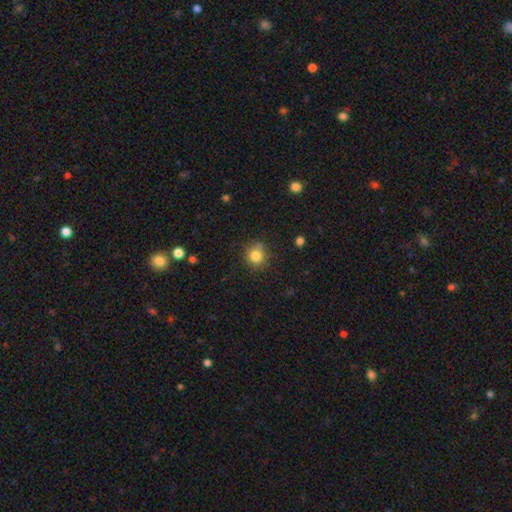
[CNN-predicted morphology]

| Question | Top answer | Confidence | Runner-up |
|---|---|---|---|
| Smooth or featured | smooth | 82% | star or artifact (12%) |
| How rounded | round | 86% | in between (13%) |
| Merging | none | 80% | minor disturbance (15%) |